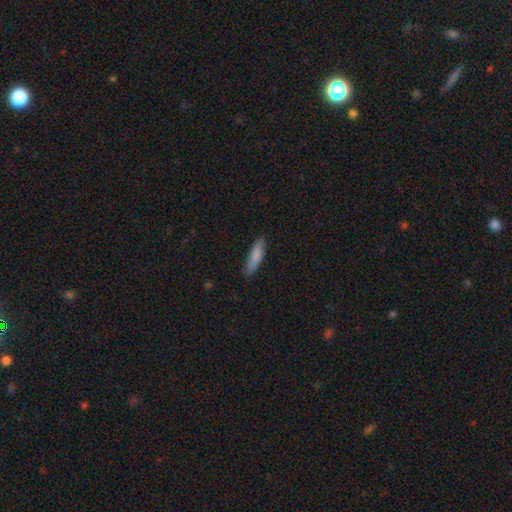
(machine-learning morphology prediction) Smooth or featured?
  - smooth: 83% *
  - featured or disk: 11%
  - star or artifact: 6%
How rounded?
  - cigar-shaped: 65% *
  - in between: 33%
  - round: 2%
Merging?
  - none: 83% *
  - minor disturbance: 14%
  - major disturbance: 2%
  - merger: 1%